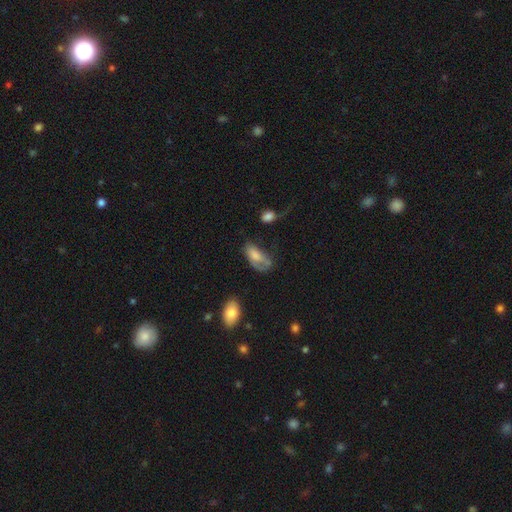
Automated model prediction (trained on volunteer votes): This appears to be a smooth galaxy with no disk features (66%) that is in between round and cigar-shaped (91%). Merging: none (32%, tied with major disturbance).